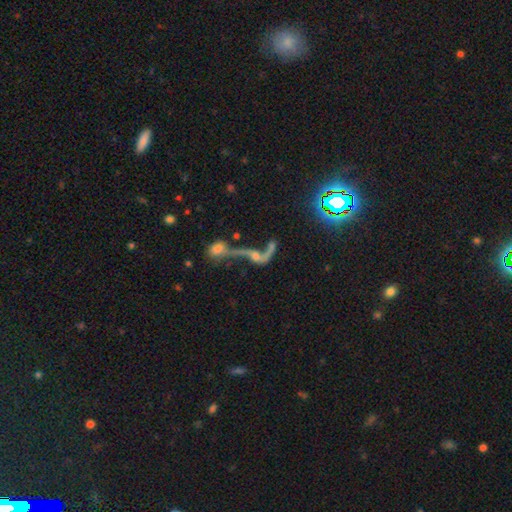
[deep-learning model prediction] Q: Smooth or featured?
A: featured or disk (52%); runner-up: star or artifact (28%)
Q: Edge-on disk?
A: no (81%); runner-up: yes (19%)
Q: Merging?
A: merger (59%); runner-up: none (19%)